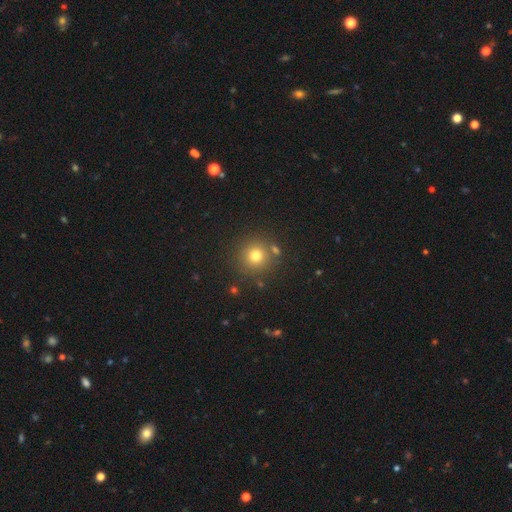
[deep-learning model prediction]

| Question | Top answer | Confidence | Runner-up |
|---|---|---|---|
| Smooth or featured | smooth | 76% | star or artifact (15%) |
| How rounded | round | 93% | in between (6%) |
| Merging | none | 82% | minor disturbance (8%) |